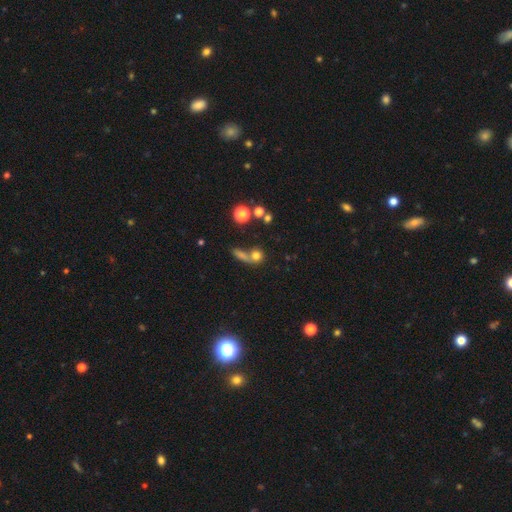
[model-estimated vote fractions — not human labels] smooth-or-featured: smooth: 73% | star or artifact: 16% | featured or disk: 12%
  how-rounded: round: 78% | in between: 16% | cigar-shaped: 5%
  merging: none: 48% | merger: 35% | minor disturbance: 9% | major disturbance: 8%